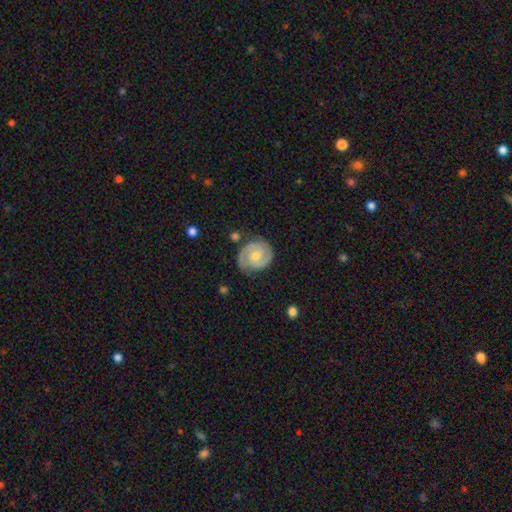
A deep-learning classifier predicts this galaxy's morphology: A featured or disk galaxy (84%) with no bar (60%), 2 (86%) tight (62%) spiral arms (96%) and a moderate central bulge (57%). Merging: none (75%).